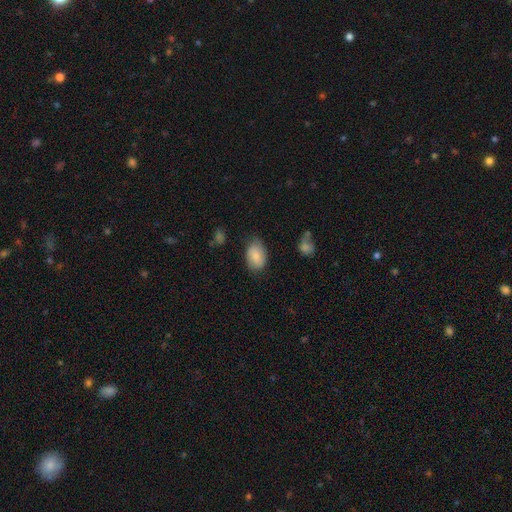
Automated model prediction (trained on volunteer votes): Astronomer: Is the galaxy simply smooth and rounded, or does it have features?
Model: smooth — 82%.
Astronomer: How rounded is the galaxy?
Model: in between — 88%.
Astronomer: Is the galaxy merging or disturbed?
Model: none — 69%.